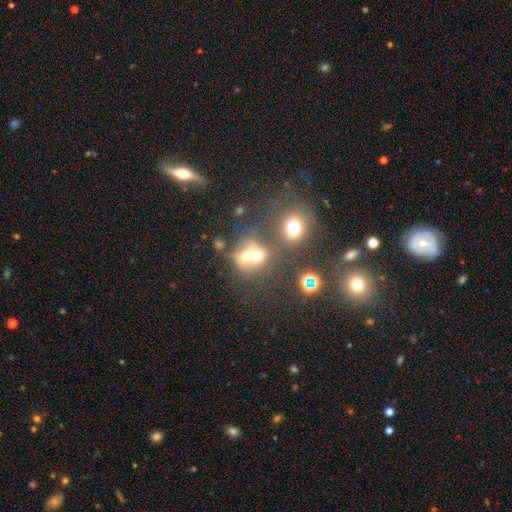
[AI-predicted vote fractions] Smooth or featured? Predicted: smooth (p=0.56). How rounded? Predicted: round (p=0.71). Merging? Predicted: merger (p=0.56).